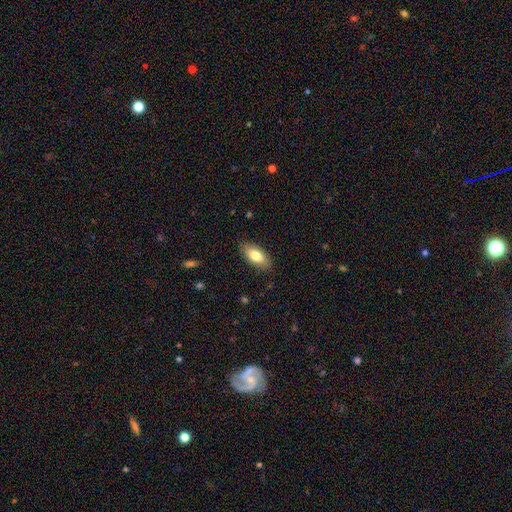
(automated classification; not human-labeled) The model was most divided on "smooth or featured": smooth: 78%, featured or disk: 15%, star or artifact: 6%. More confident: how rounded — in between (90%); merging — none (85%).